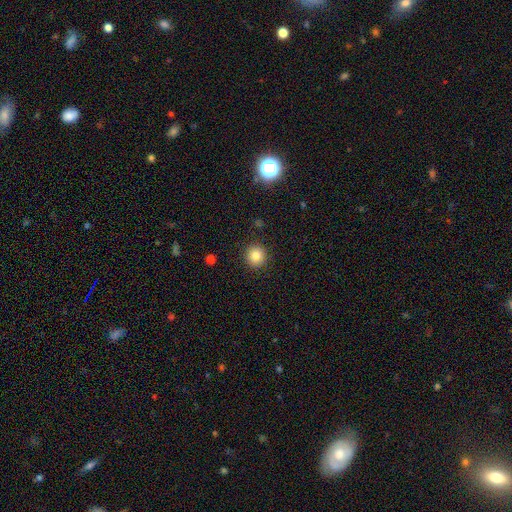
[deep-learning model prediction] A smooth galaxy with no disk features (83%) that is round (92%). Merging: none (91%).